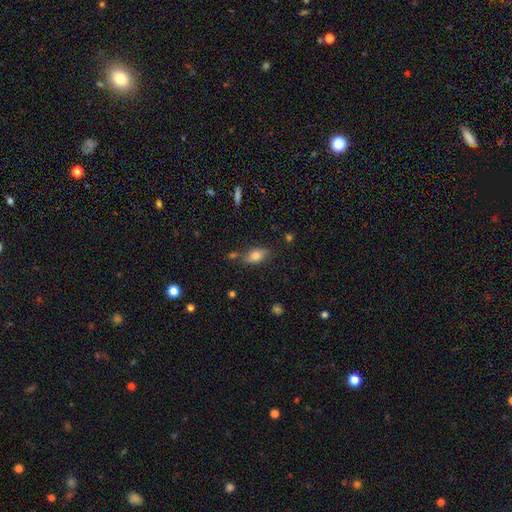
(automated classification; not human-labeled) Morphology: type=smooth (73%); roundness=in between (85%); merging=none (71%).